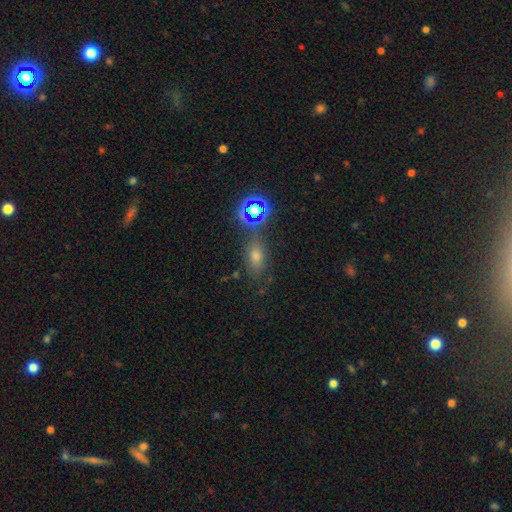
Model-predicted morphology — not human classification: smooth_or_featured: smooth (p=0.51) [alt: star or artifact p=0.35]
how_rounded: in between (p=0.70) [alt: round p=0.22]
merging: none (p=0.70) [alt: minor disturbance p=0.15]